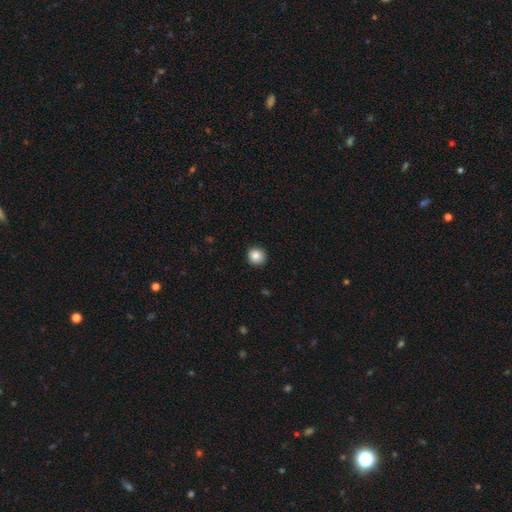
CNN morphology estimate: A smooth galaxy with no disk features (86%) that is round (91%).

Vote fractions:
- Smooth or featured? smooth: 86% / star or artifact: 10% / featured or disk: 5%
- How rounded? round: 91% / in between: 8% / cigar-shaped: 1%
- Merging? none: 92% / minor disturbance: 6% / major disturbance: 2% / merger: 1%